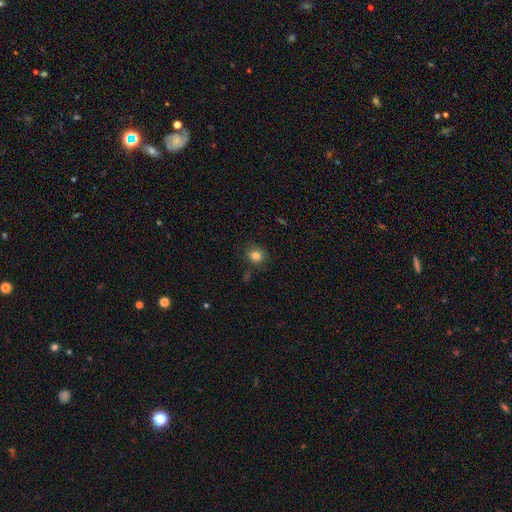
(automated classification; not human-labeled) Overall: smooth (81%). How rounded: round (73%). Merging: none (82%).